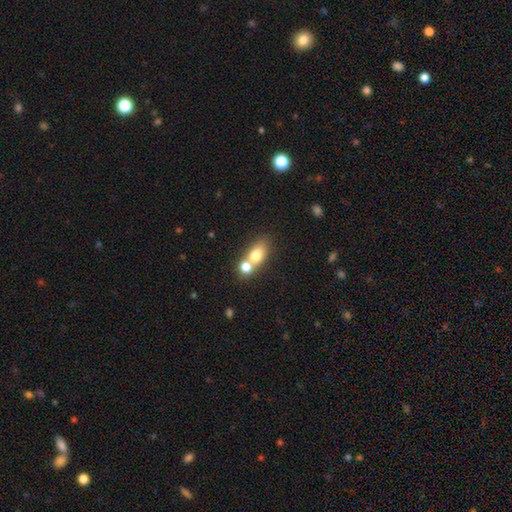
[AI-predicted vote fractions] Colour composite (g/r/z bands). It shows a smooth galaxy with no disk features (73%) that is in between round and cigar-shaped (69%). Merging: merger (55%).